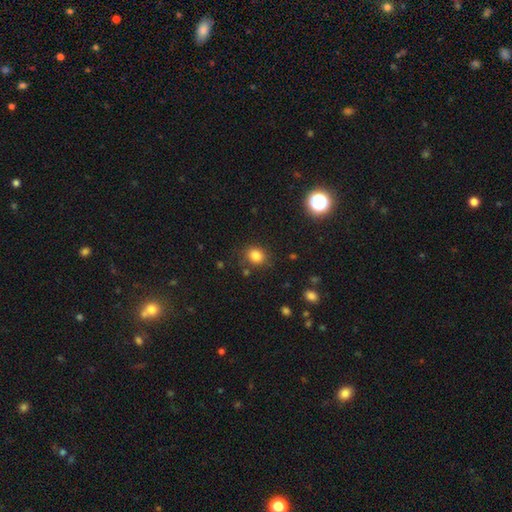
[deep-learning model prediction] Smooth or featured: smooth — 82% (star or artifact — 13%)
How rounded: round — 66% (in between — 33%)
Merging: none — 82% (minor disturbance — 12%)